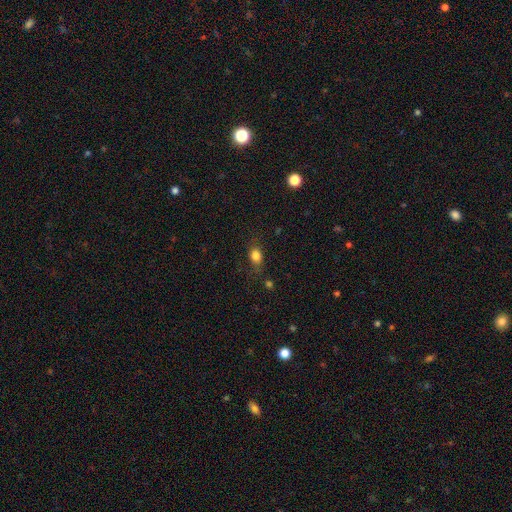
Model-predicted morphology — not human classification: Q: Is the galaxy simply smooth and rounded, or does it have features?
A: smooth — 80%.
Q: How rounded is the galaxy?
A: in between — 61%.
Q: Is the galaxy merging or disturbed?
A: none — 69%.